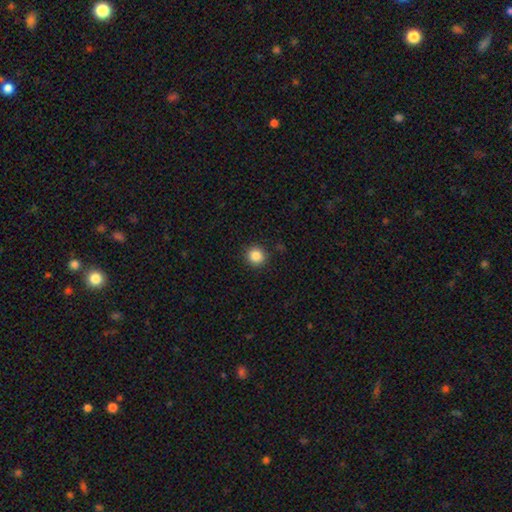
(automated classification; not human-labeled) Smooth or featured? smooth (86%)
How rounded? round (93%)
Merging? none (92%)